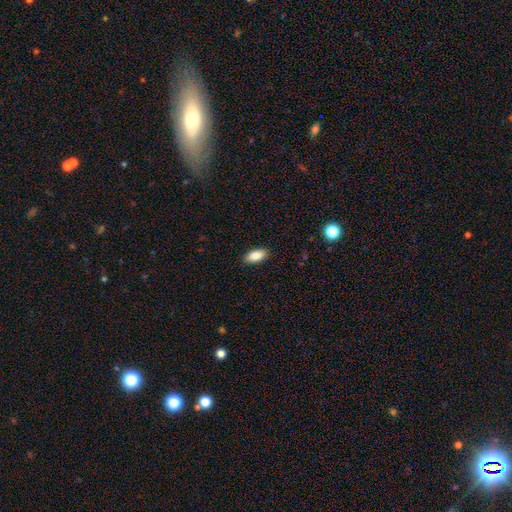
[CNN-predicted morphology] A smooth galaxy with no disk features (86%) that is in between round and cigar-shaped (91%).

Vote fractions:
- Smooth or featured? smooth: 86% / star or artifact: 7% / featured or disk: 7%
- How rounded? in between: 91% / cigar-shaped: 7% / round: 3%
- Merging? none: 89% / minor disturbance: 8% / major disturbance: 2% / merger: 1%